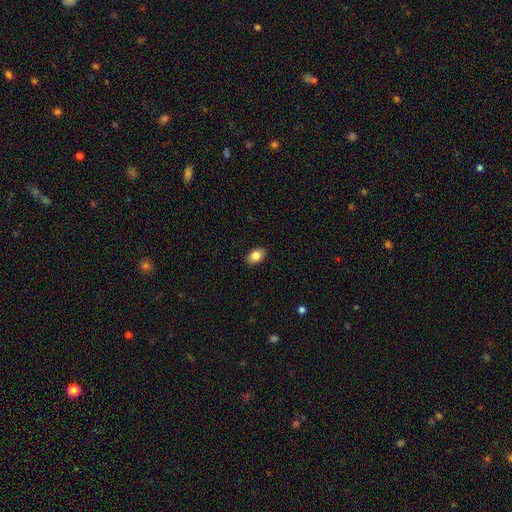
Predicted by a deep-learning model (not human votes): This appears to be a smooth galaxy with no disk features (84%) that is in between round and cigar-shaped (82%). Merging: none (89%).